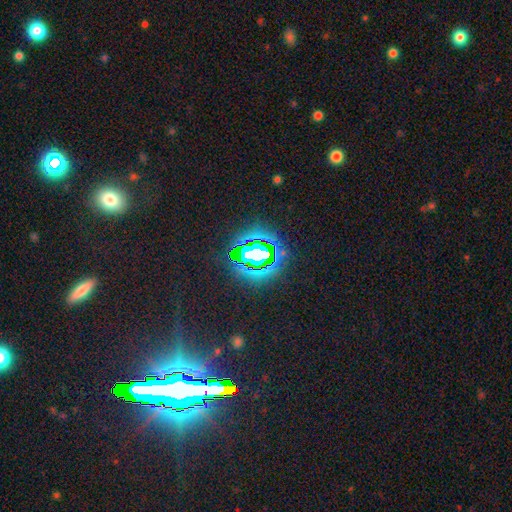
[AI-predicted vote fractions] Smooth or featured? star or artifact (73%)